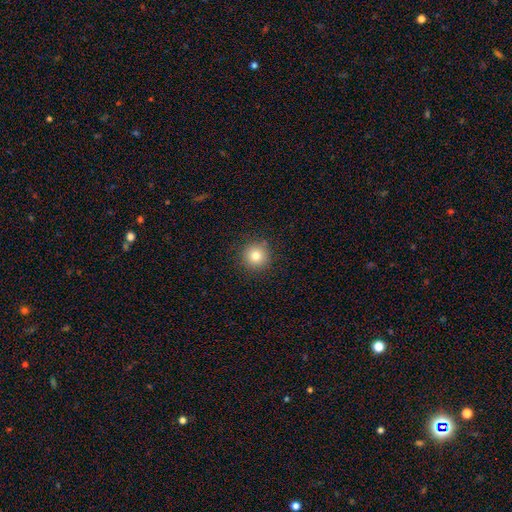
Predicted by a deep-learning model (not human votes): Morphology: type=smooth (80%); roundness=round (95%); merging=none (89%).